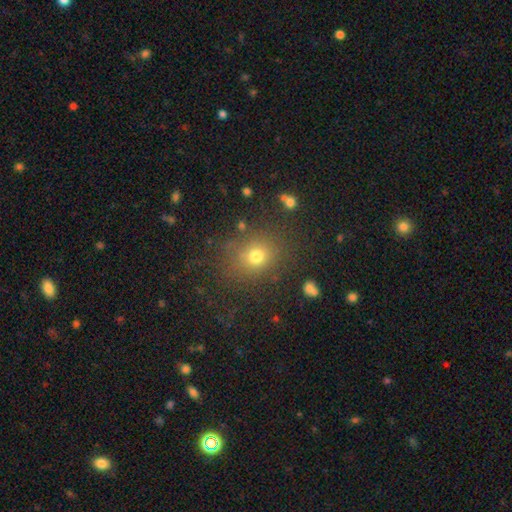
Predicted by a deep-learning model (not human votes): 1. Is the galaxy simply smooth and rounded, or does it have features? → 71% smooth, 19% star or artifact, 10% featured or disk.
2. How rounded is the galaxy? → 67% round, 32% in between, 1% cigar-shaped.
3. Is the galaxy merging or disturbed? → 81% none, 11% minor disturbance, 5% major disturbance, 3% merger.